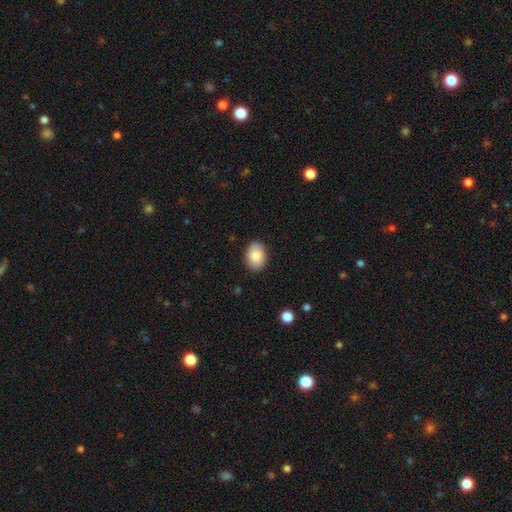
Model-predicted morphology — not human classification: smooth_or_featured: smooth (p=0.86) [alt: featured or disk p=0.08]
how_rounded: in between (p=0.74) [alt: round p=0.25]
merging: none (p=0.88) [alt: minor disturbance p=0.09]